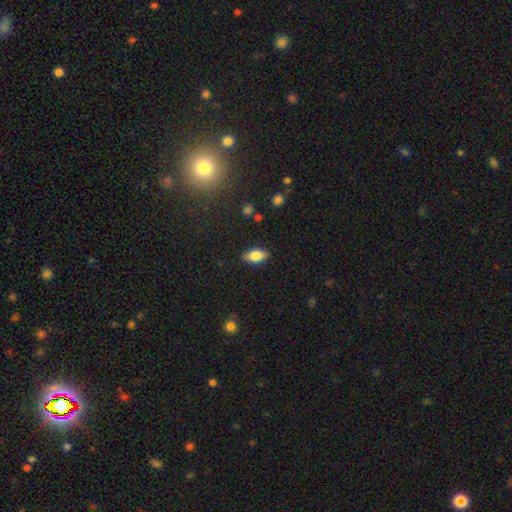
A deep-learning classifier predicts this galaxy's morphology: Smooth or featured: smooth — 77% (featured or disk — 15%)
How rounded: in between — 89% (cigar-shaped — 7%)
Merging: none — 88% (minor disturbance — 9%)